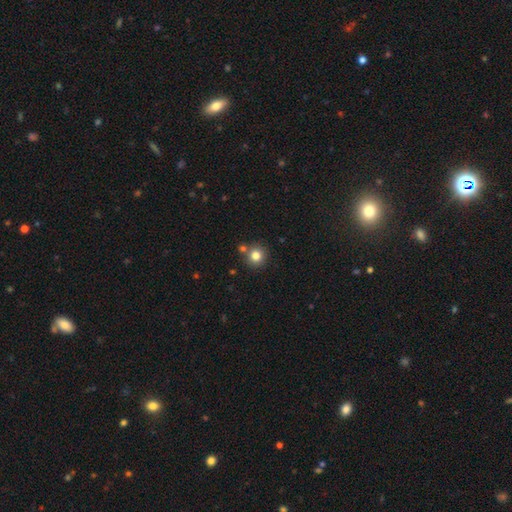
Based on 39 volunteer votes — Smooth or featured? 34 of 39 (87%) said smooth. How rounded? 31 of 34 (91%) said round. Merging? 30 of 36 (83%) said none.